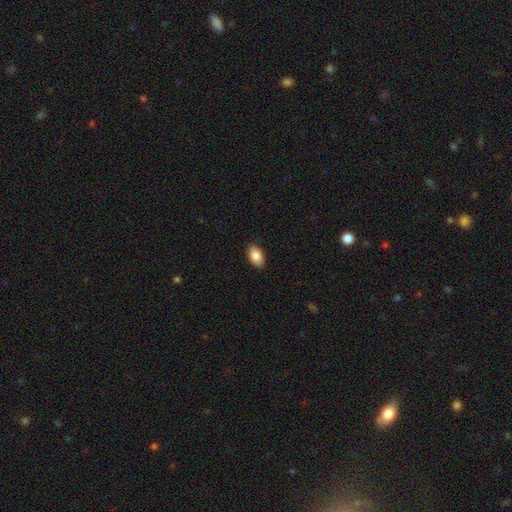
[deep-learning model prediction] Morphology: type=smooth (85%); roundness=in between (93%); merging=none (89%).